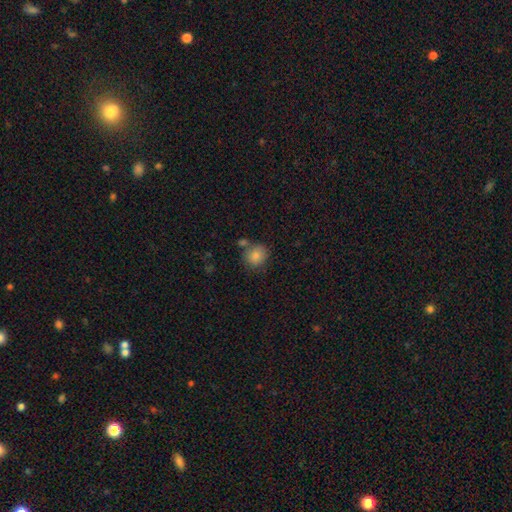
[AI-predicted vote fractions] Morphology: type=smooth (84%); roundness=round (81%); merging=none (67%).